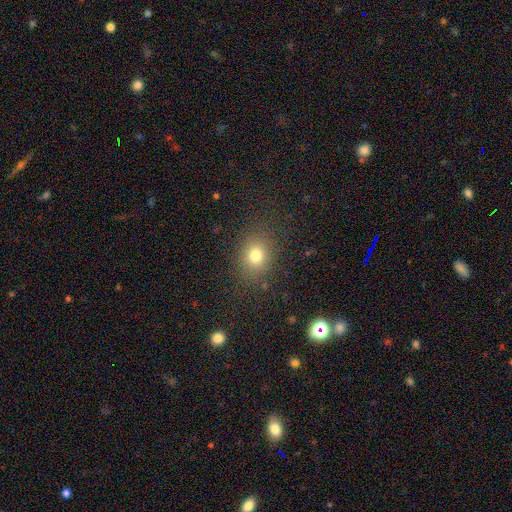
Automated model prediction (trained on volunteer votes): smooth_or_featured: smooth (p=0.77) [alt: star or artifact p=0.15]
how_rounded: round (p=0.56) [alt: in between p=0.43]
merging: none (p=0.83) [alt: minor disturbance p=0.10]